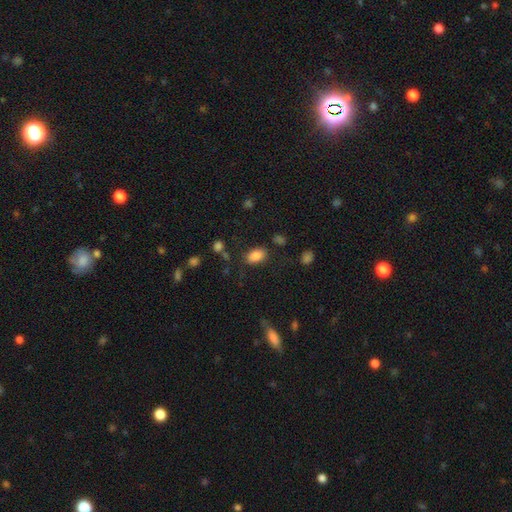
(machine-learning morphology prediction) Q: Smooth or featured?
A: smooth (84%); runner-up: star or artifact (9%)
Q: How rounded?
A: in between (87%); runner-up: round (11%)
Q: Merging?
A: none (79%); runner-up: minor disturbance (14%)